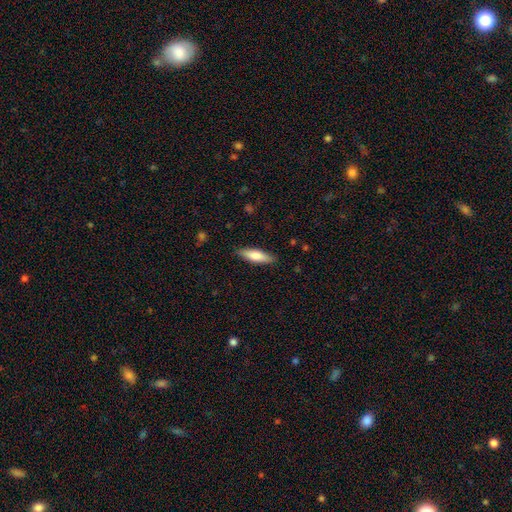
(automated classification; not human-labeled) A smooth galaxy with no disk features (75%) that is cigar-shaped (55%).

Vote fractions:
- Smooth or featured? smooth: 75% / featured or disk: 20% / star or artifact: 5%
- How rounded? cigar-shaped: 55% / in between: 43% / round: 2%
- Merging? none: 87% / minor disturbance: 10% / major disturbance: 2% / merger: 1%